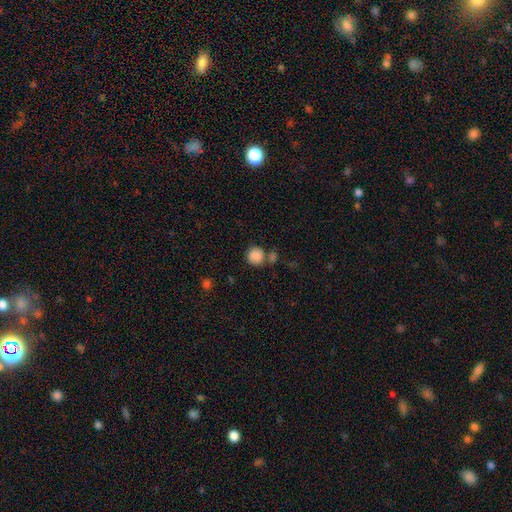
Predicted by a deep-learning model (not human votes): Smooth or featured? Predicted: smooth (p=0.87). How rounded? Predicted: round (p=0.89). Merging? Predicted: none (p=0.65).